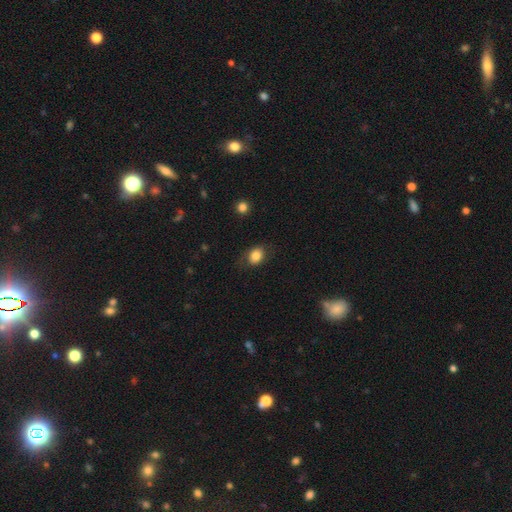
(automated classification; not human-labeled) smooth-or-featured: smooth: 83% | star or artifact: 9% | featured or disk: 8%
  how-rounded: in between: 59% | round: 40% | cigar-shaped: 1%
  merging: none: 73% | minor disturbance: 19% | major disturbance: 7% | merger: 1%